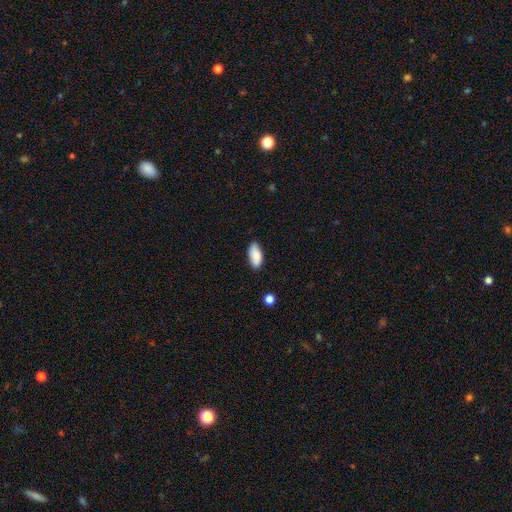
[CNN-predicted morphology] smooth-or-featured: smooth: 86% | featured or disk: 7% | star or artifact: 7%
  how-rounded: in between: 91% | cigar-shaped: 7% | round: 2%
  merging: none: 82% | minor disturbance: 14% | major disturbance: 2% | merger: 2%